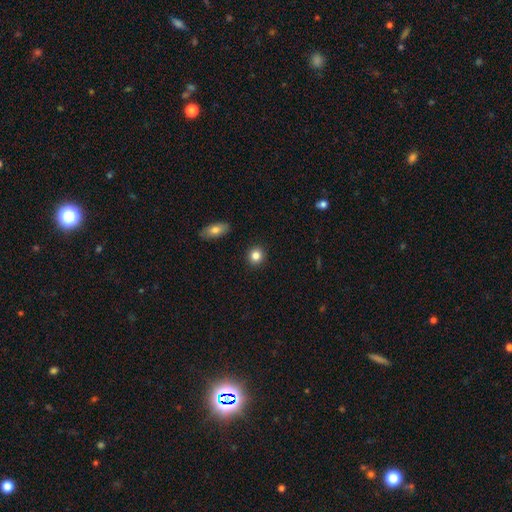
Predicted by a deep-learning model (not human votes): This appears to be a smooth galaxy with no disk features (84%) that is round (82%). Merging: none (91%).